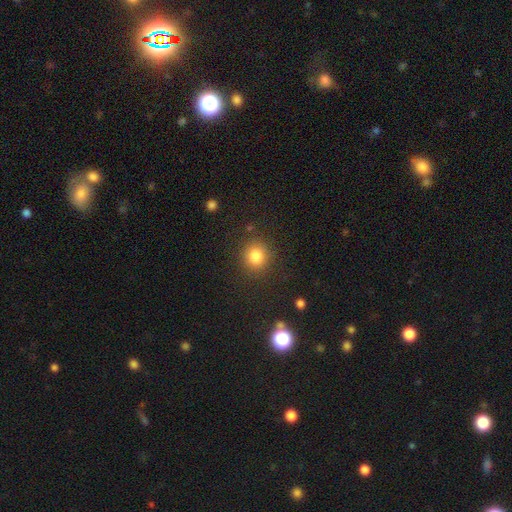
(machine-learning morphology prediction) smooth_or_featured: smooth (p=0.82) [alt: star or artifact p=0.12]
how_rounded: round (p=0.86) [alt: in between p=0.14]
merging: none (p=0.87) [alt: minor disturbance p=0.08]